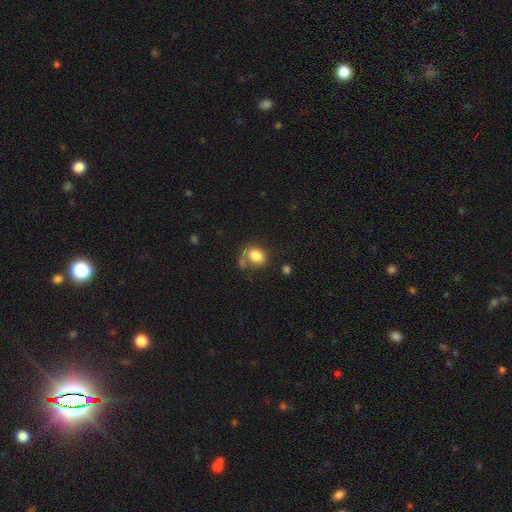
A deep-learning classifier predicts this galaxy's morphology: Smooth or featured? smooth (82%)
How rounded? in between (61%)
Merging? none (56%)